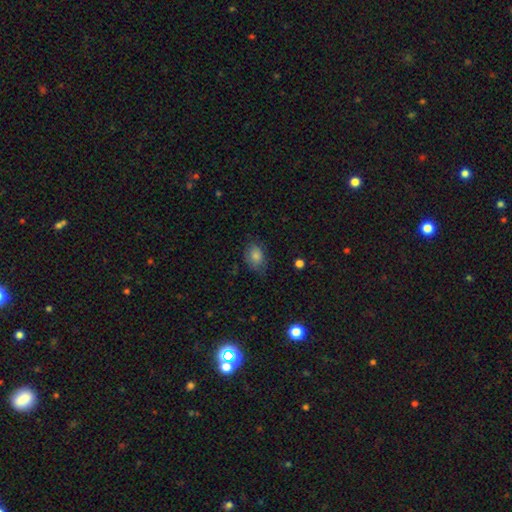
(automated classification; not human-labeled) Smooth or featured? smooth (78%)
How rounded? in between (71%)
Merging? none (68%)